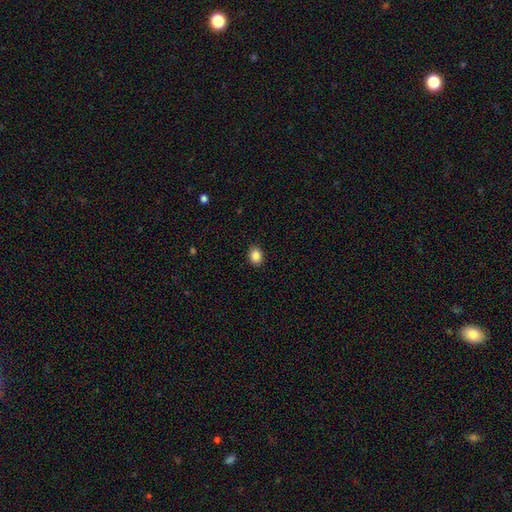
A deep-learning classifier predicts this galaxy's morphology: smooth_or_featured: smooth (p=0.87) [alt: star or artifact p=0.09]
how_rounded: in between (p=0.60) [alt: round p=0.39]
merging: none (p=0.89) [alt: minor disturbance p=0.08]